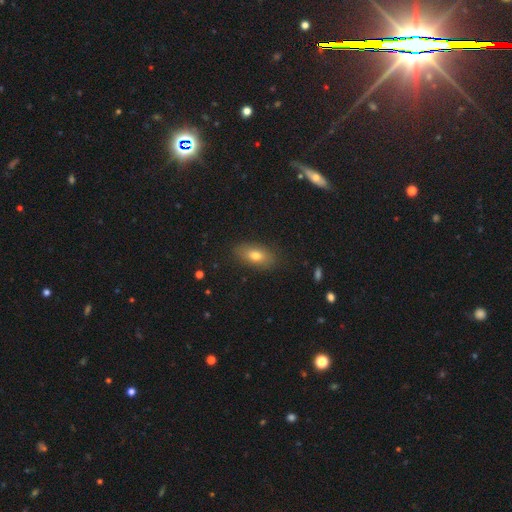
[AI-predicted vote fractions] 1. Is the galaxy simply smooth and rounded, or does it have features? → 74% smooth, 18% featured or disk, 9% star or artifact.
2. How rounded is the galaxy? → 86% in between, 8% cigar-shaped, 6% round.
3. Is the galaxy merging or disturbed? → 85% none, 11% minor disturbance, 3% major disturbance, 1% merger.